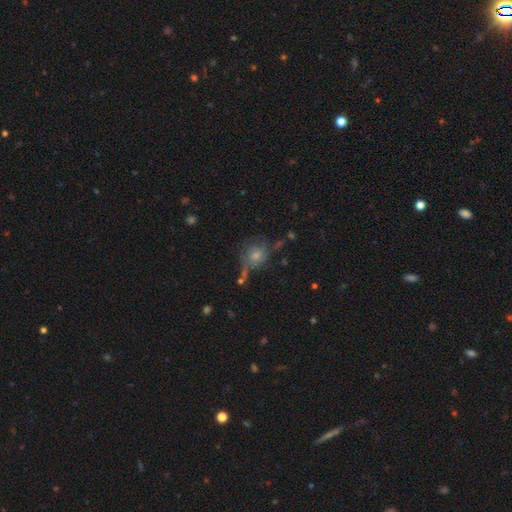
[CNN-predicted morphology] Q: Smooth or featured?
A: smooth (53%); runner-up: featured or disk (32%)
Q: How rounded?
A: round (72%); runner-up: in between (27%)
Q: Merging?
A: none (51%); runner-up: minor disturbance (24%)